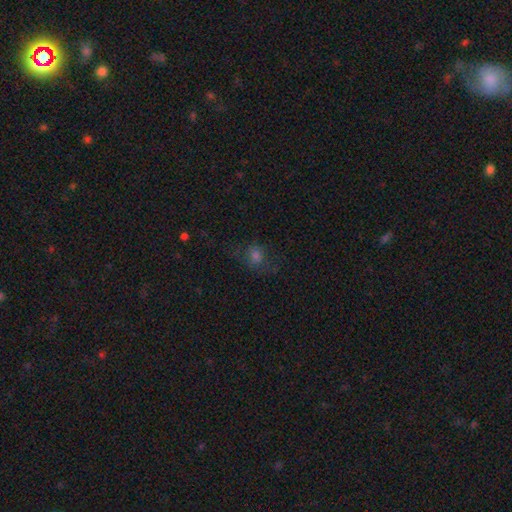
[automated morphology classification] A smooth galaxy with no disk features (59%) that is round (69%).

Vote fractions:
- Smooth or featured? smooth: 59% / star or artifact: 23% / featured or disk: 18%
- How rounded? round: 69% / in between: 29% / cigar-shaped: 1%
- Merging? none: 60% / minor disturbance: 20% / major disturbance: 18% / merger: 2%